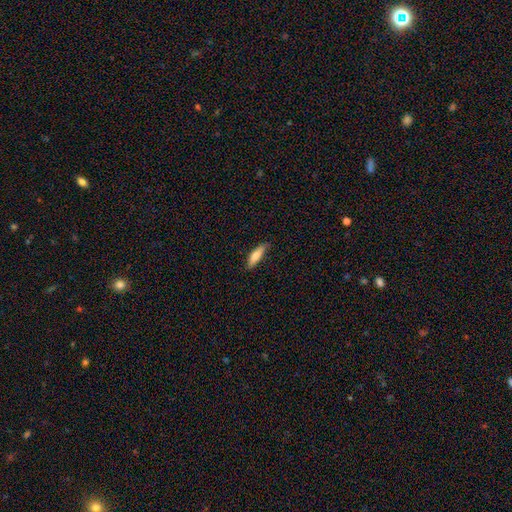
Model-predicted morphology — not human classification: type=smooth (77%); roundness=cigar-shaped (62%); merging=none (75%).